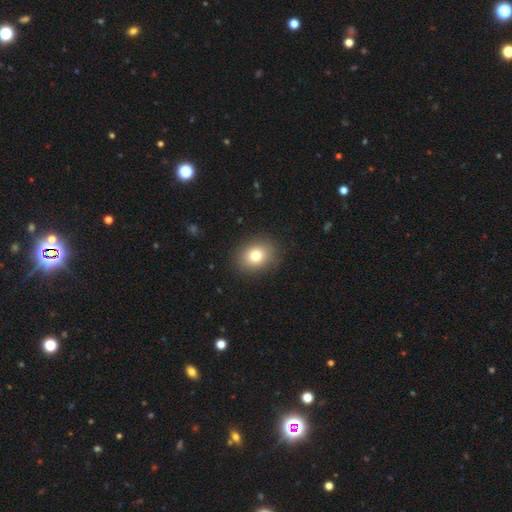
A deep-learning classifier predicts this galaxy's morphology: Smooth or featured? smooth (79%)
How rounded? round (54%)
Merging? none (89%)